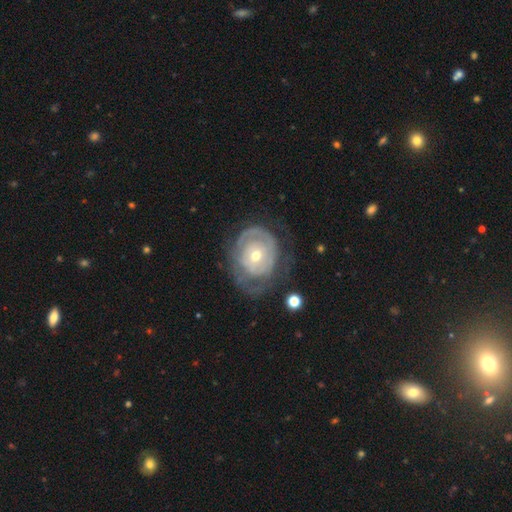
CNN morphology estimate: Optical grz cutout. It shows a featured or disk galaxy (75%) with no bar (77%), tight (71%) spiral arms (71%) and a moderate central bulge (49%). Merging: none (52%).